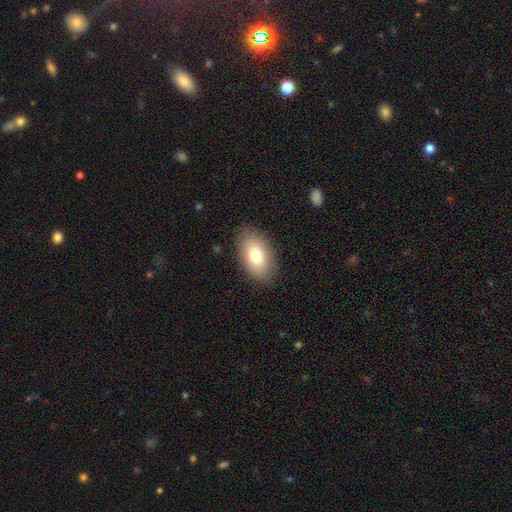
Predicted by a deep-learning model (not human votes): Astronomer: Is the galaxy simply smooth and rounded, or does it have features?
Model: smooth — 80%.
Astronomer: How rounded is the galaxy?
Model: in between — 93%.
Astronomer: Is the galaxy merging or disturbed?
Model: none — 86%.